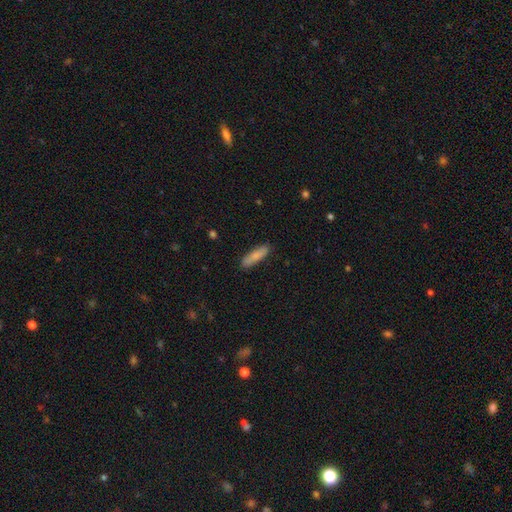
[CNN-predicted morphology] The model was most divided on "how rounded": cigar-shaped: 68%, in between: 30%, round: 2%. More confident: merging — none (88%); smooth or featured — smooth (82%).